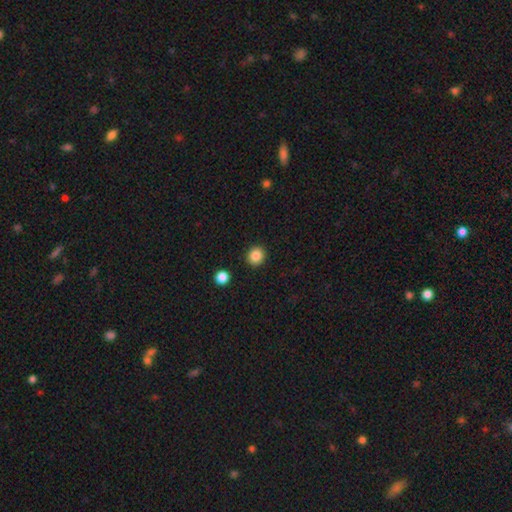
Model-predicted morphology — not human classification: Smooth or featured? smooth (86%)
How rounded? round (88%)
Merging? none (91%)